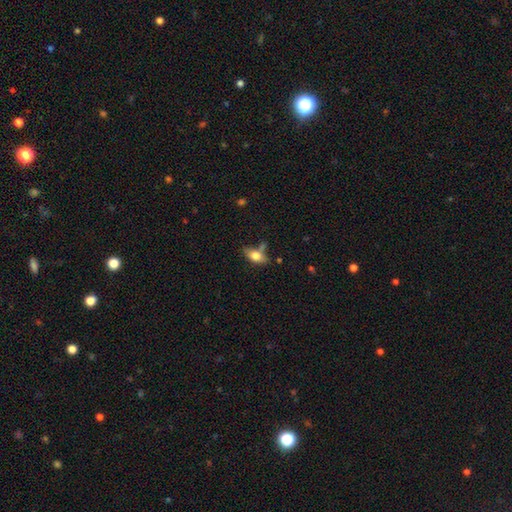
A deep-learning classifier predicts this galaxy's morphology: Overall: smooth (71%). How rounded: in between (82%). Merging: none (54%; minor disturbance 22%).